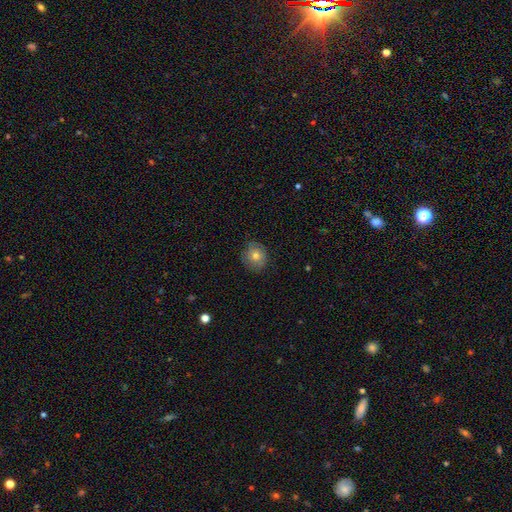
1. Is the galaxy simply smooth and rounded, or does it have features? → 65% smooth, 24% featured or disk, 11% star or artifact.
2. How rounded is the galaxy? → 71% round, 29% in between, 0% cigar-shaped.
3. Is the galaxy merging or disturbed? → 82% none, 18% minor disturbance, 0% major disturbance, 0% merger.